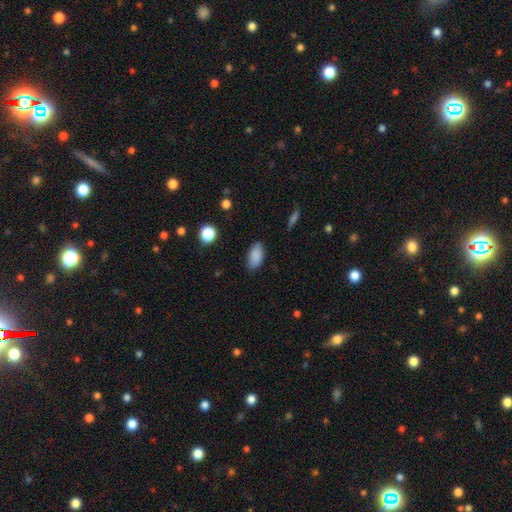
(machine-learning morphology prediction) A smooth galaxy with no disk features (88%) that is in between round and cigar-shaped (92%).

Vote fractions:
- Smooth or featured? smooth: 88% / star or artifact: 8% / featured or disk: 5%
- How rounded? in between: 92% / cigar-shaped: 4% / round: 3%
- Merging? none: 84% / minor disturbance: 12% / major disturbance: 3% / merger: 1%